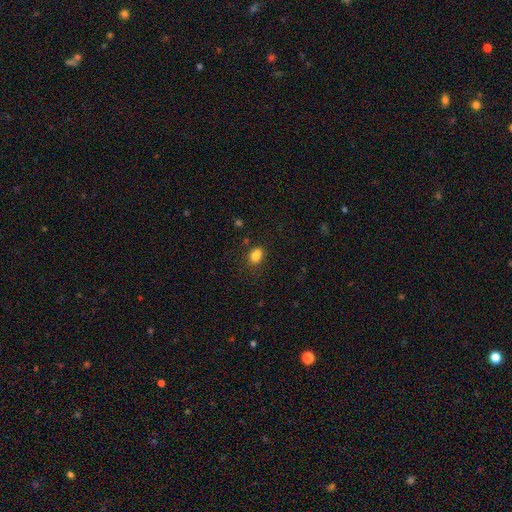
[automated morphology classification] Overall: smooth (79%). How rounded: in between (58%; round 41%). Merging: none (54%; minor disturbance 21%).